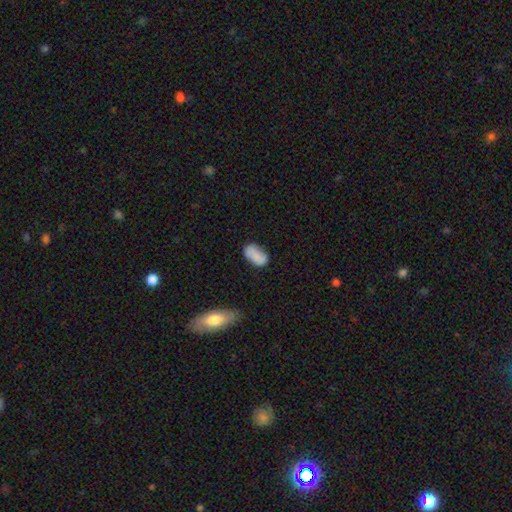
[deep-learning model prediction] smooth_or_featured: smooth (p=0.79) [alt: featured or disk p=0.13]
how_rounded: in between (p=0.92) [alt: round p=0.05]
merging: none (p=0.66) [alt: minor disturbance p=0.25]